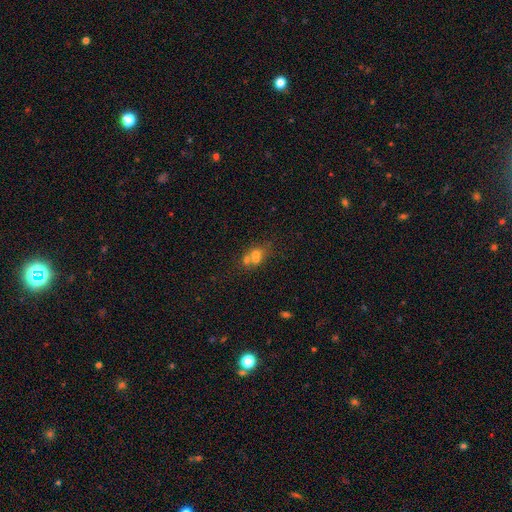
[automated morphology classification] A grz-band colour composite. It shows a smooth galaxy with no disk features (59%) that is round (55%). Merging: merger (60%).